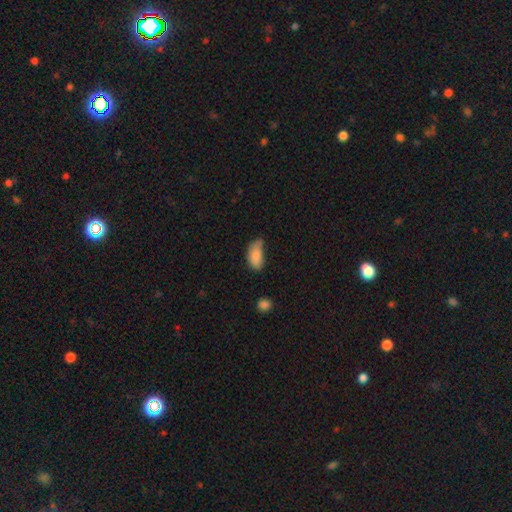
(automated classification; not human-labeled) smooth 84%, star or artifact 8%, featured or disk 7%. Down the decision tree: how rounded — in between (92%); merging — minor disturbance (41%).